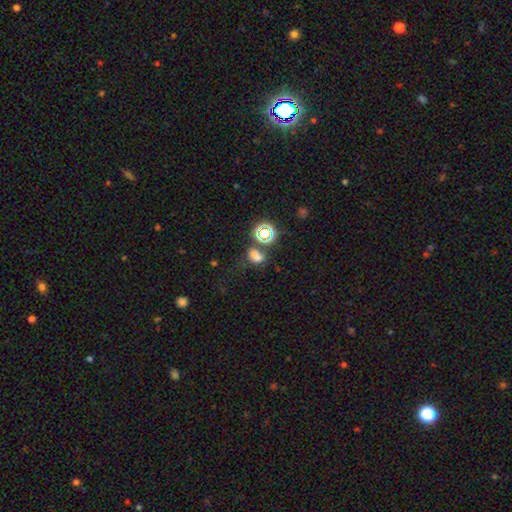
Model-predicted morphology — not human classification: Q: Smooth or featured?
A: smooth (59%); runner-up: star or artifact (32%)
Q: How rounded?
A: in between (64%); runner-up: round (34%)
Q: Merging?
A: none (48%); runner-up: merger (23%)